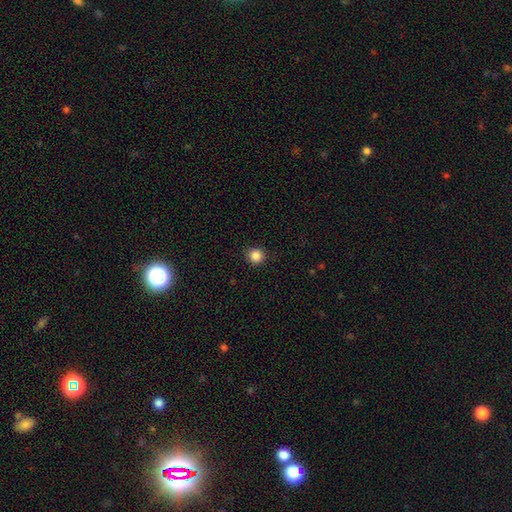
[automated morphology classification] Overall: smooth (86%). How rounded: round (92%). Merging: none (90%).